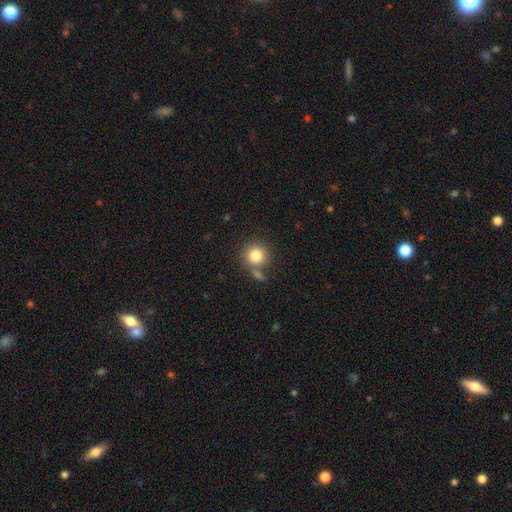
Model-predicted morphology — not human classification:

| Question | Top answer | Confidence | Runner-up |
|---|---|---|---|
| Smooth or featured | smooth | 83% | star or artifact (10%) |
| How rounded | round | 91% | in between (8%) |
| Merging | none | 65% | merger (18%) |